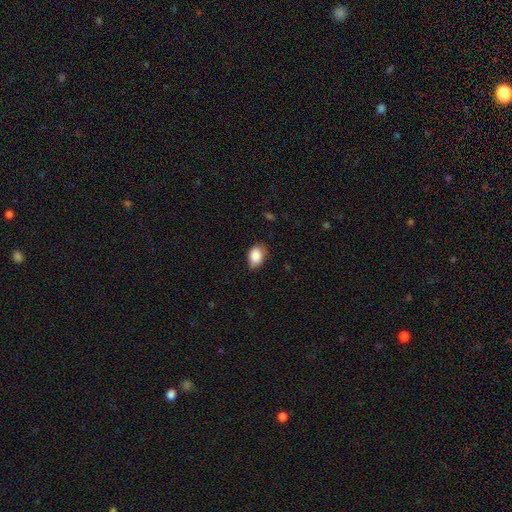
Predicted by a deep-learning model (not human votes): smooth 88%, star or artifact 7%, featured or disk 5%. Down the decision tree: how rounded — in between (81%); merging — none (68%).